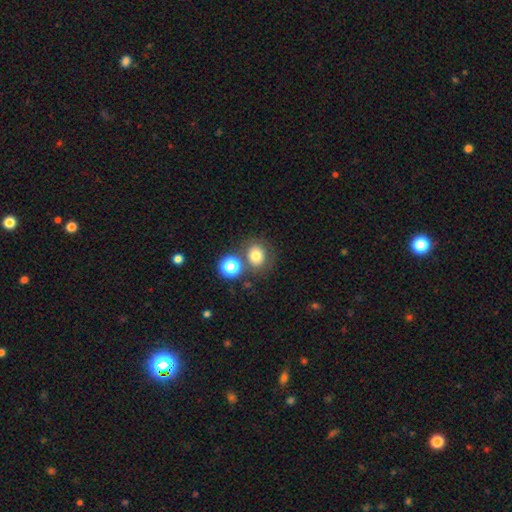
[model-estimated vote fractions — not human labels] smooth_or_featured: smooth (p=0.76) [alt: star or artifact p=0.14]
how_rounded: round (p=0.74) [alt: in between p=0.26]
merging: none (p=0.66) [alt: merger p=0.18]